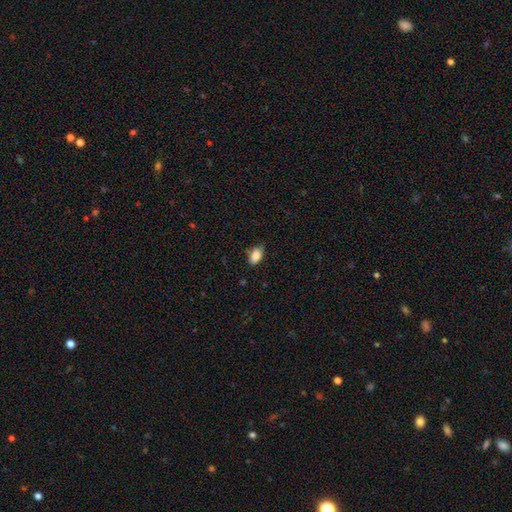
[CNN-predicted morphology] This is clearly a smooth galaxy (87%). How rounded: clearly in between (91%). Merging: likely none (75%).